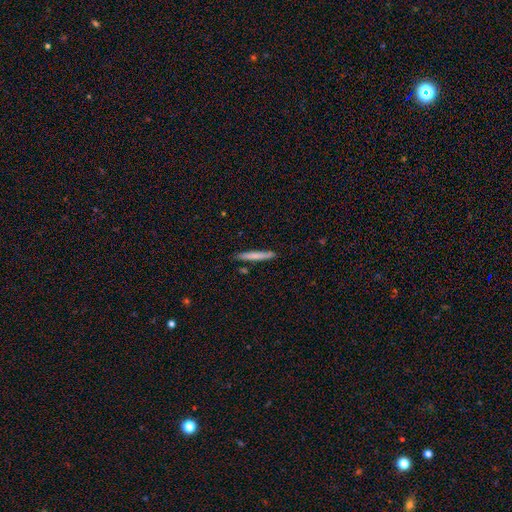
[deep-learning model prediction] Smooth or featured? smooth (71%)
How rounded? cigar-shaped (96%)
Merging? none (85%)